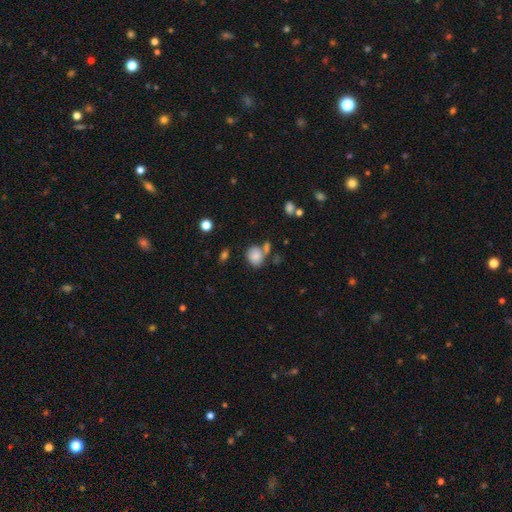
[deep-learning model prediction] Overall: smooth (81%). How rounded: round (60%; in between 39%). Merging: none (56%; merger 22%).